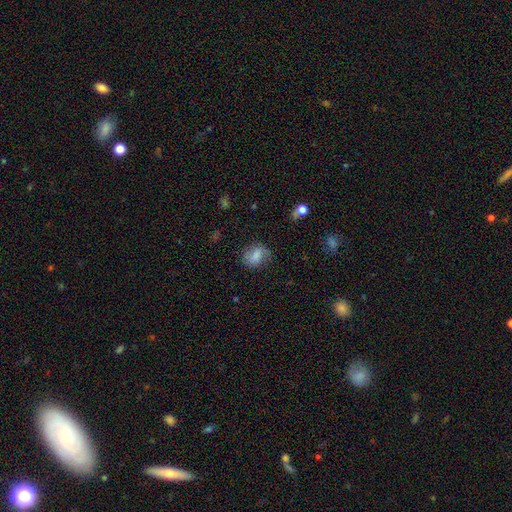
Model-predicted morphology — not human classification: Smooth or featured: smooth — 54% (featured or disk — 37%)
How rounded: round — 55% (in between — 44%)
Merging: none — 71% (minor disturbance — 20%)